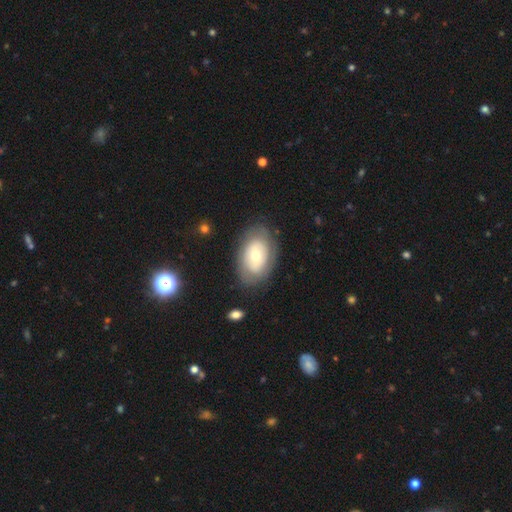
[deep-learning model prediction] smooth 50%, featured or disk 44%, star or artifact 7%. Down the decision tree: merging — none (77%).